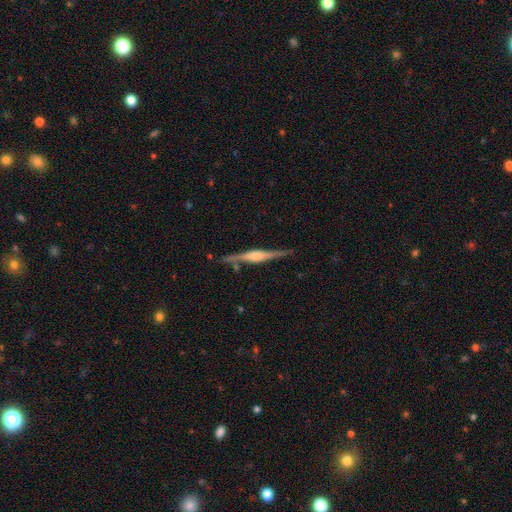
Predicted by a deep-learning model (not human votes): featured or disk 81%, smooth 14%, star or artifact 5%. Down the decision tree: edge-on disk — yes (98%); edge-on bulge — rounded (67%); merging — none (85%).